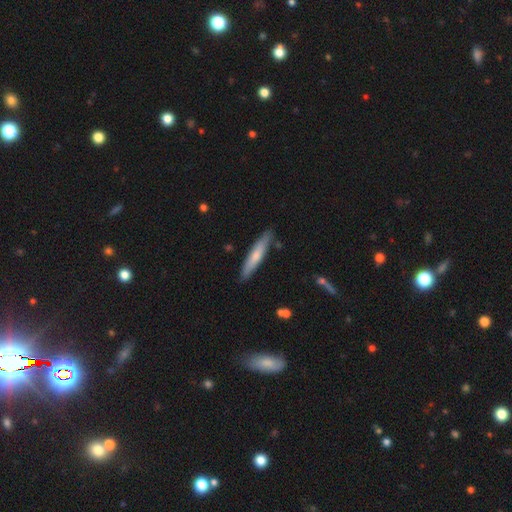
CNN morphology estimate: smooth 63%, featured or disk 31%, star or artifact 5%. Down the decision tree: how rounded — cigar-shaped (90%); merging — none (87%).